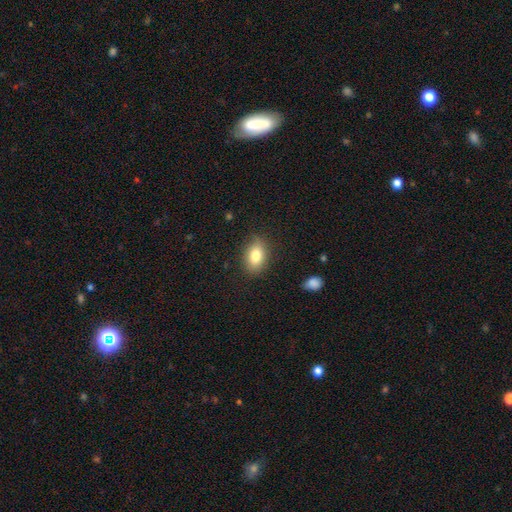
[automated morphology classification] Smooth or featured? Predicted: smooth (p=0.81). How rounded? Predicted: in between (p=0.83). Merging? Predicted: none (p=0.83).